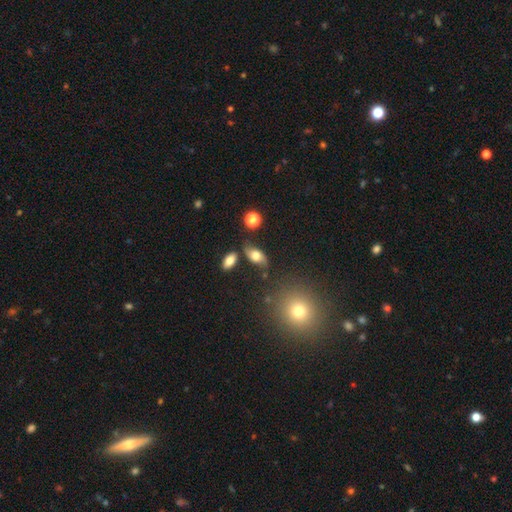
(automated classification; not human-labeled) This is likely a smooth galaxy (67%). How rounded: clearly in between (87%). Merging: likely none (70%).